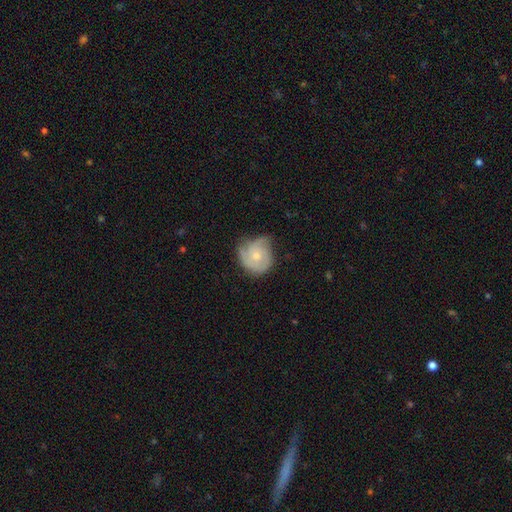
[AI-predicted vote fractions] Smooth or featured: featured or disk — 56% (smooth — 38%)
Edge-on disk: no — 98% (yes — 2%)
Bar: no — 81% (weak — 17%)
Spiral arms: yes — 79% (no — 21%)
Bulge size: moderate — 50% (small — 43%)
Merging: none — 47% (minor disturbance — 36%)